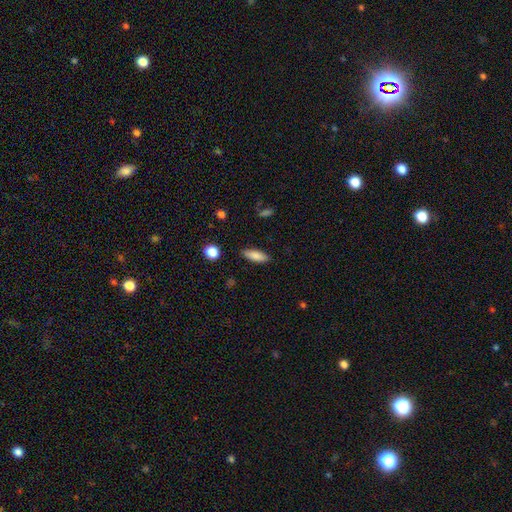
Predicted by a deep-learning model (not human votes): smooth-or-featured: smooth: 84% | featured or disk: 9% | star or artifact: 7%
  how-rounded: in between: 59% | cigar-shaped: 39% | round: 2%
  merging: none: 86% | minor disturbance: 10% | major disturbance: 2% | merger: 1%